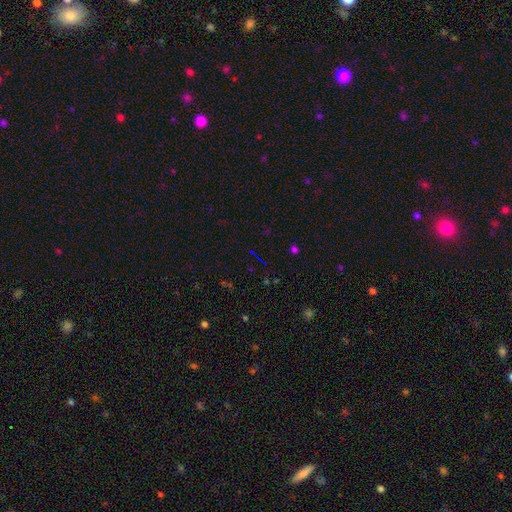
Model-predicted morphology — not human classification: smooth-or-featured: star or artifact: 71% | smooth: 16% | featured or disk: 13%